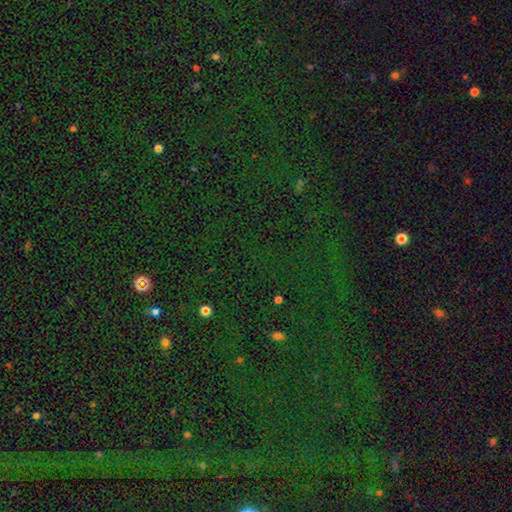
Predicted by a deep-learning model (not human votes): This is clearly a star or artifact rather than a galaxy (82%).